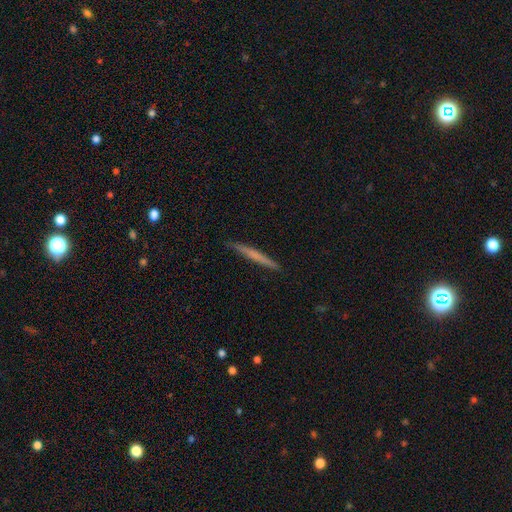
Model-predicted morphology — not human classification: A smooth galaxy with no disk features (53%) that is cigar-shaped (97%).

Vote fractions:
- Smooth or featured? smooth: 53% / featured or disk: 41% / star or artifact: 5%
- How rounded? cigar-shaped: 97% / in between: 2% / round: 1%
- Merging? none: 91% / minor disturbance: 7% / major disturbance: 1% / merger: 1%